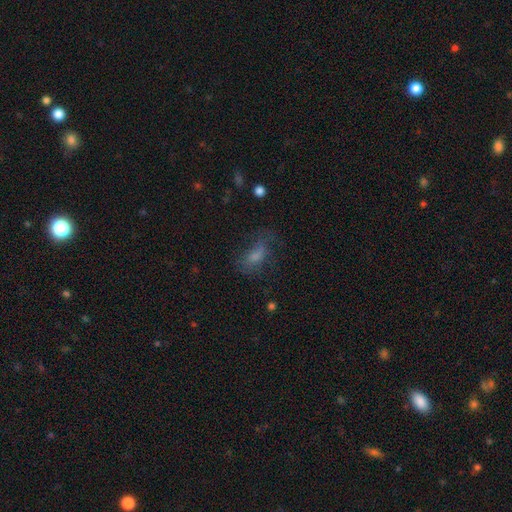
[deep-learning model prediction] The model was most divided on "merging": none: 49%, minor disturbance: 24%, major disturbance: 24%, merger: 2%. More confident: how rounded — in between (78%); smooth or featured — smooth (56%).